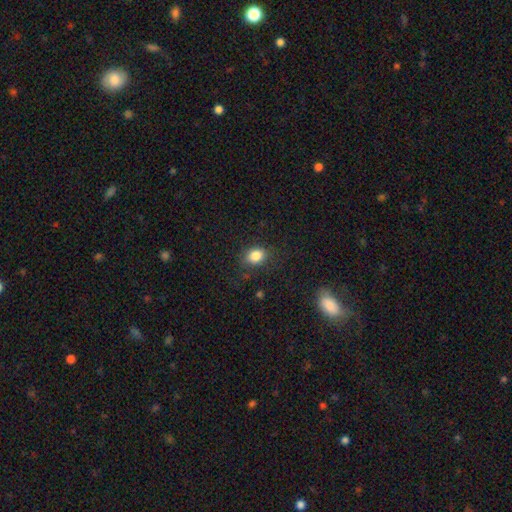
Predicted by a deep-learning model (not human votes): smooth-or-featured: smooth: 84% | star or artifact: 10% | featured or disk: 5%
  how-rounded: in between: 62% | round: 36% | cigar-shaped: 1%
  merging: none: 80% | minor disturbance: 14% | major disturbance: 5% | merger: 1%